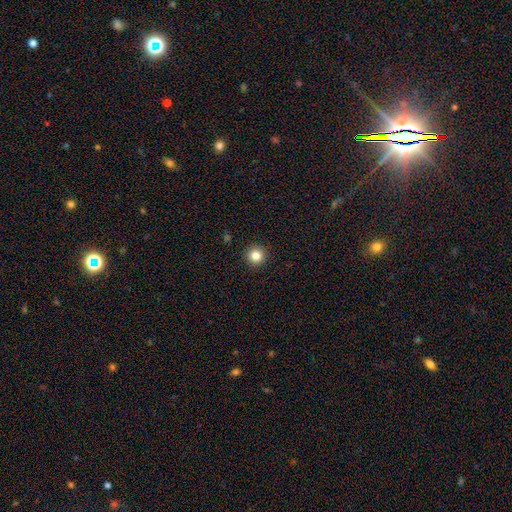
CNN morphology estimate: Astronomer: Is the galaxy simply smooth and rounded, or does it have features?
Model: smooth — 83%.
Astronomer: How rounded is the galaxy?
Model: round — 96%.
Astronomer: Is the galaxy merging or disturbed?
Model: none — 93%.